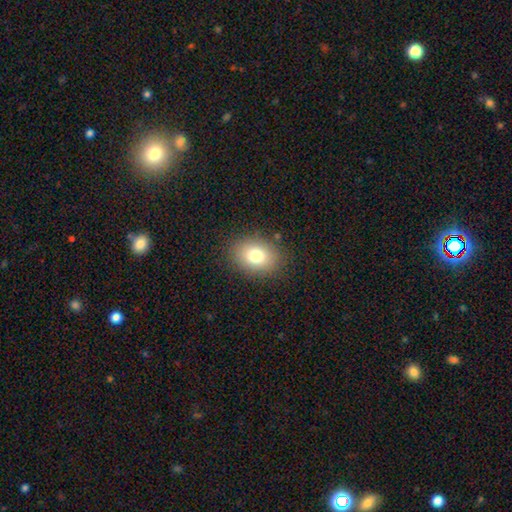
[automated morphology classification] A smooth galaxy with no disk features (78%) that is in between round and cigar-shaped (63%). Merging: none (86%).